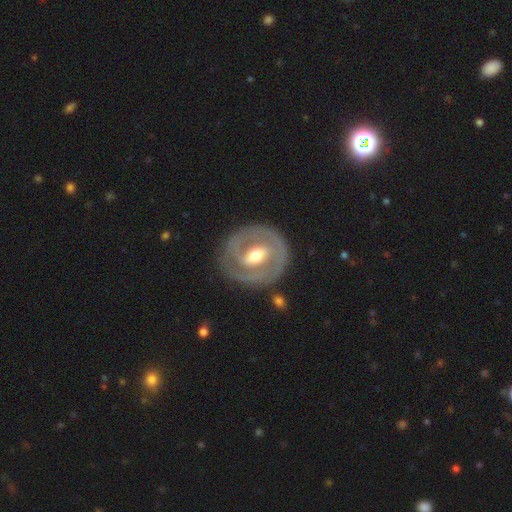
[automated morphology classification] Smooth or featured? featured or disk (79%)
Edge-on disk? no (96%)
Bar? weak (41%)
Spiral arms? yes (69%)
Spiral winding? tight (63%)
Spiral arm count? 2 (65%)
Bulge size? moderate (73%)
Merging? none (80%)